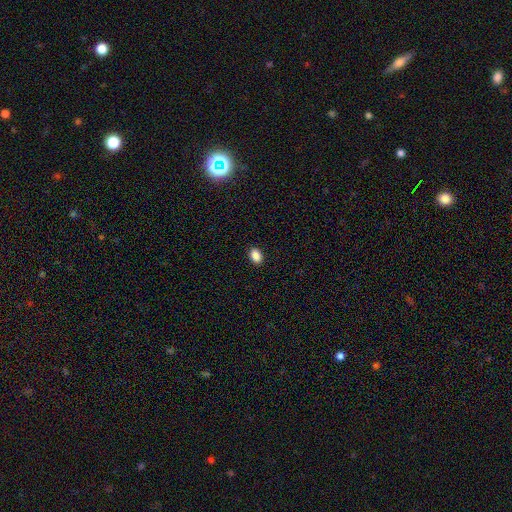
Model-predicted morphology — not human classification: Smooth or featured? smooth (89%)
How rounded? in between (83%)
Merging? none (91%)